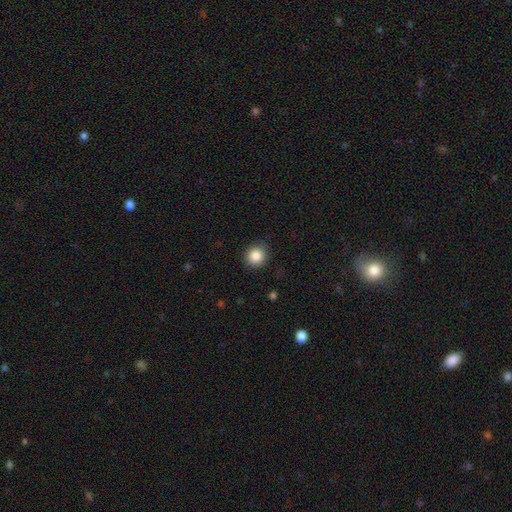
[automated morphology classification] Smooth or featured? Predicted: smooth (p=0.86). How rounded? Predicted: round (p=0.90). Merging? Predicted: none (p=0.88).